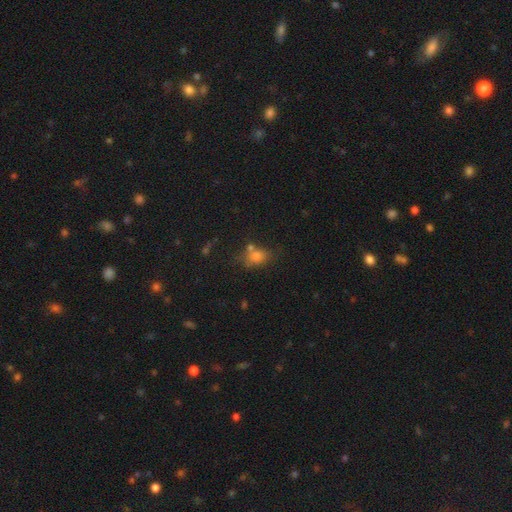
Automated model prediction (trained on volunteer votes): smooth_or_featured: smooth (p=0.72) [alt: star or artifact p=0.17]
how_rounded: in between (p=0.58) [alt: round p=0.40]
merging: none (p=0.58) [alt: minor disturbance p=0.18]